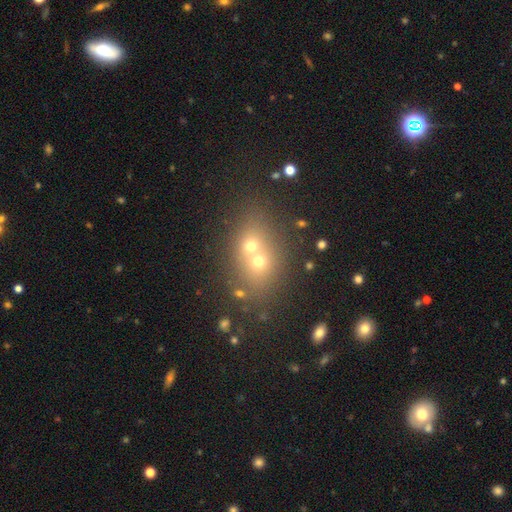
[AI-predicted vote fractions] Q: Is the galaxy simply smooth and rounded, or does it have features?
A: smooth — 53%.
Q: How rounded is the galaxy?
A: round — 55%.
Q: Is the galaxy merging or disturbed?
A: merger — 59%.